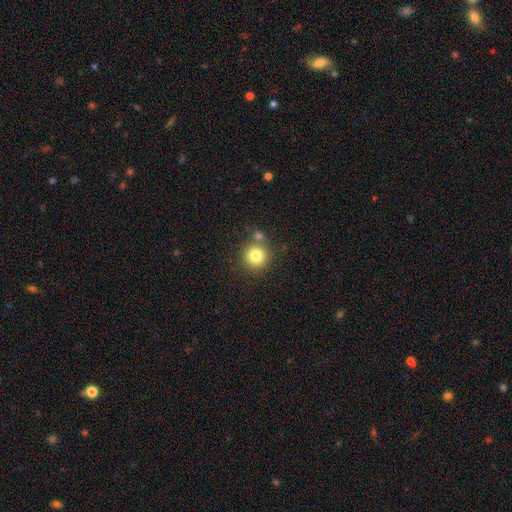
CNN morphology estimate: Smooth or featured?
  - smooth: 80% *
  - star or artifact: 12%
  - featured or disk: 8%
How rounded?
  - round: 93% *
  - in between: 6%
  - cigar-shaped: 1%
Merging?
  - none: 73% *
  - merger: 16%
  - minor disturbance: 9%
  - major disturbance: 3%